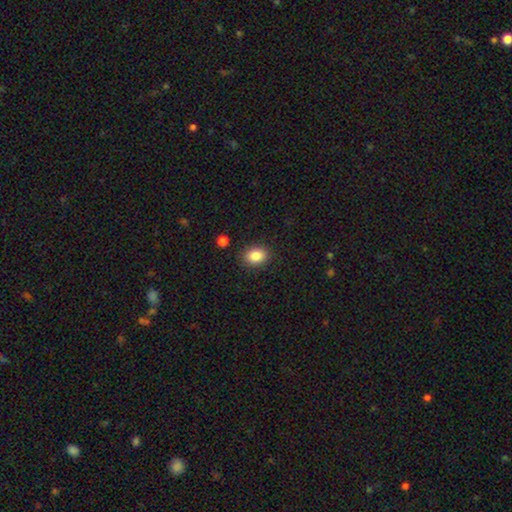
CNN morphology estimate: This appears to be a smooth galaxy with no disk features (86%) that is in between round and cigar-shaped (58%). Merging: none (88%).